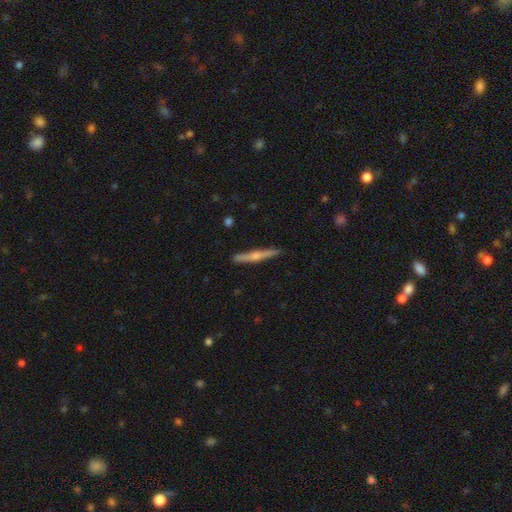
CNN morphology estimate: Overall: featured or disk (63%; smooth 32%). Edge-on disk: yes (97%). Edge-on bulge: rounded (82%). Merging: none (90%).